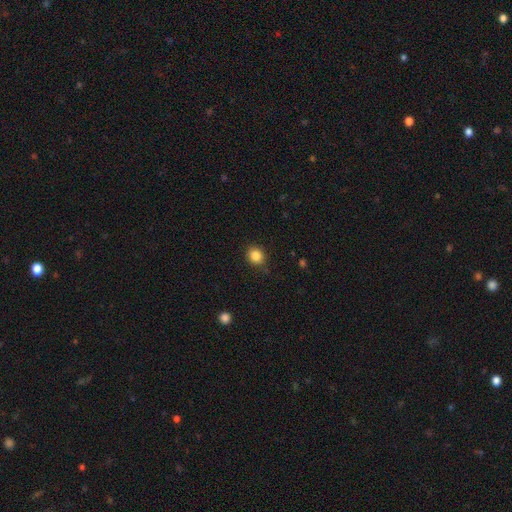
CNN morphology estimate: smooth-or-featured: smooth: 85% | star or artifact: 10% | featured or disk: 4%
  how-rounded: round: 78% | in between: 21% | cigar-shaped: 1%
  merging: none: 85% | minor disturbance: 11% | major disturbance: 3% | merger: 1%